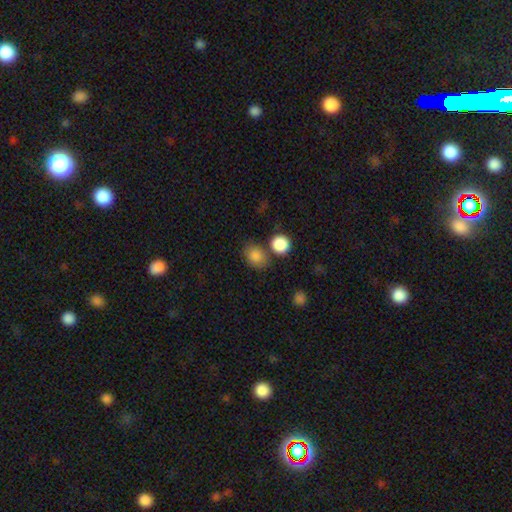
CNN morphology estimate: Overall: smooth (85%). How rounded: in between (55%; round 44%). Merging: none (66%).